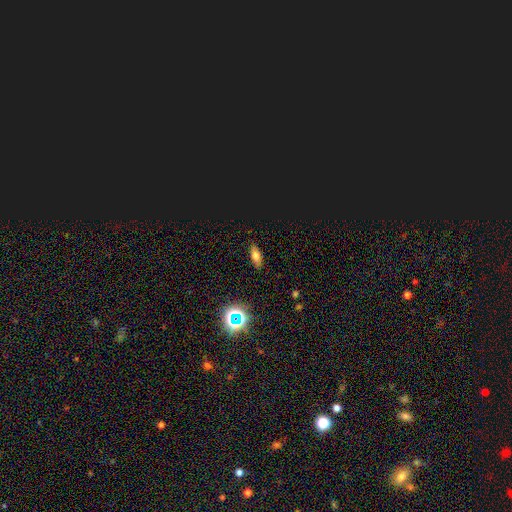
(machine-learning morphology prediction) The model was most divided on "smooth or featured": smooth: 63%, featured or disk: 19%, star or artifact: 17%. More confident: merging — none (86%); how rounded — in between (71%).